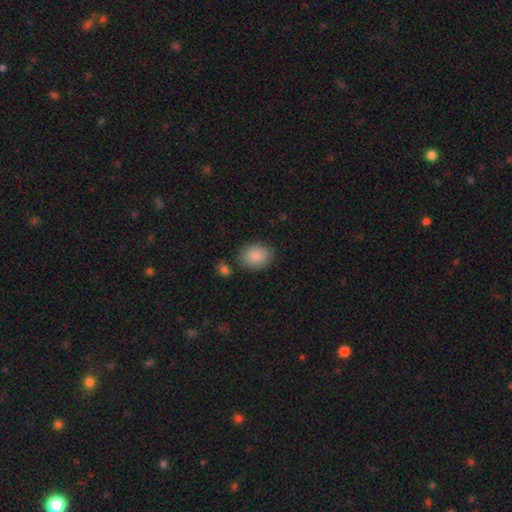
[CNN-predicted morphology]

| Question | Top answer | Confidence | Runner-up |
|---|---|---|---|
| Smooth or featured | smooth | 89% | star or artifact (7%) |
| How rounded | in between | 59% | round (39%) |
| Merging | none | 78% | minor disturbance (13%) |